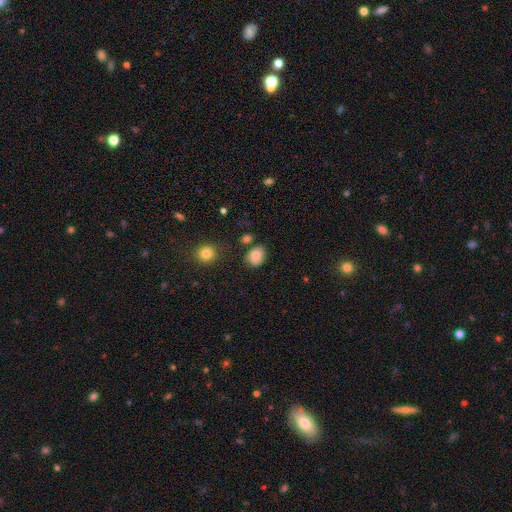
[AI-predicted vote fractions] smooth-or-featured: smooth: 77% | featured or disk: 13% | star or artifact: 10%
  how-rounded: in between: 63% | round: 36% | cigar-shaped: 1%
  merging: none: 65% | minor disturbance: 23% | major disturbance: 7% | merger: 5%